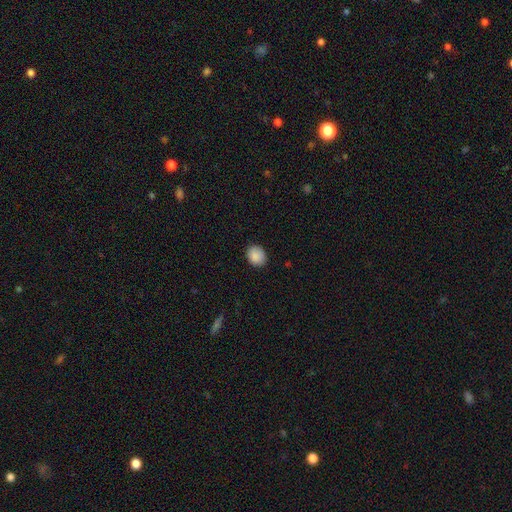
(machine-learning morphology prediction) A smooth galaxy with no disk features (89%) that is round (56%). Merging: none (87%).